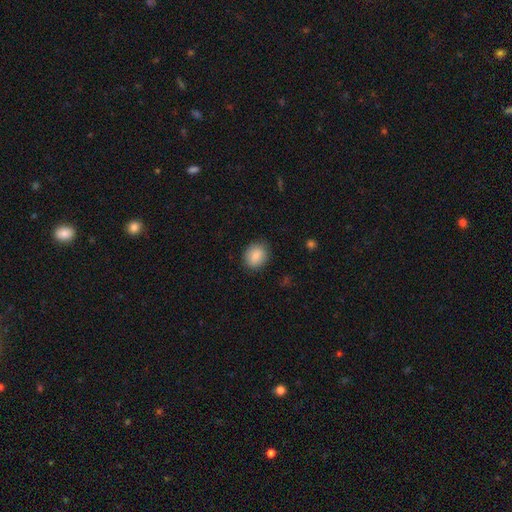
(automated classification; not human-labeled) The model was most divided on "how rounded": round: 53%, in between: 46%, cigar-shaped: 1%. More confident: merging — none (86%); smooth or featured — smooth (86%).